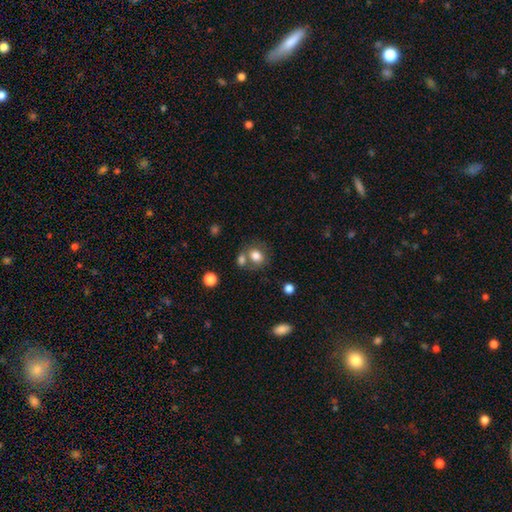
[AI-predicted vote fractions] smooth-or-featured: smooth: 79% | featured or disk: 11% | star or artifact: 10%
  how-rounded: round: 57% | in between: 42% | cigar-shaped: 1%
  merging: none: 53% | merger: 29% | minor disturbance: 12% | major disturbance: 5%